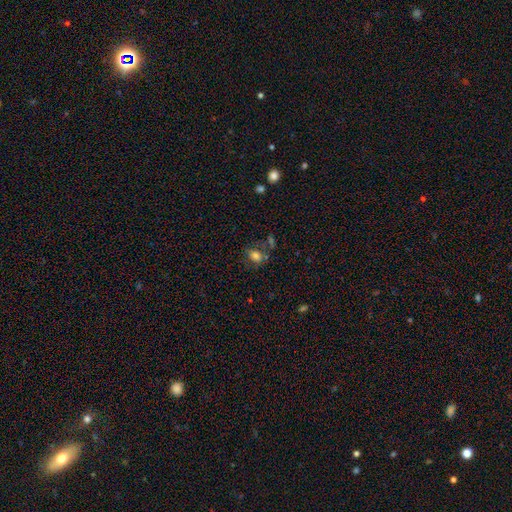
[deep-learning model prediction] smooth-or-featured: smooth: 73% | featured or disk: 13% | star or artifact: 13%
  how-rounded: in between: 64% | round: 34% | cigar-shaped: 2%
  merging: none: 55% | minor disturbance: 19% | merger: 16% | major disturbance: 10%